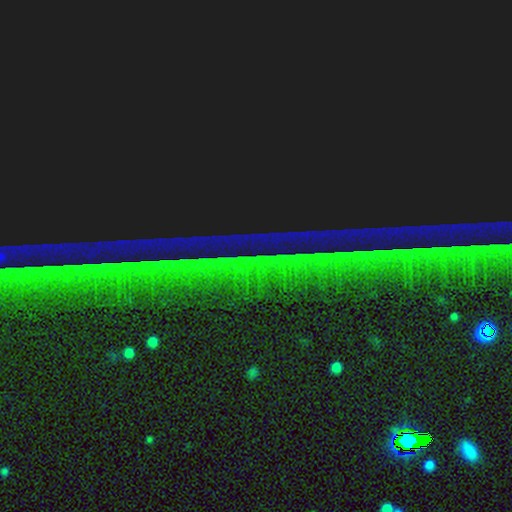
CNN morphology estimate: Smooth or featured: star or artifact — 89% (featured or disk — 6%)